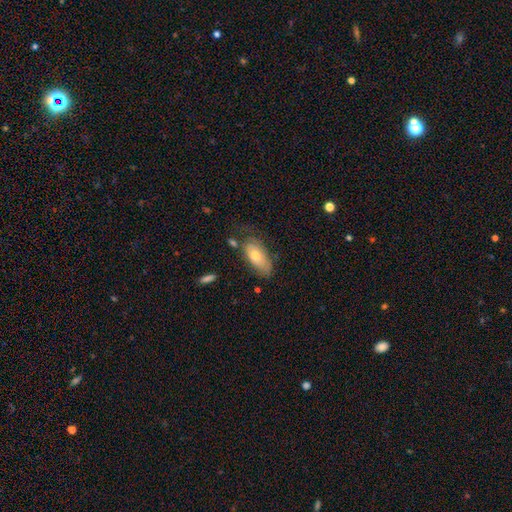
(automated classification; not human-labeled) This appears to be a smooth galaxy with no disk features (68%) that is in between round and cigar-shaped (88%). Merging: none (52%).